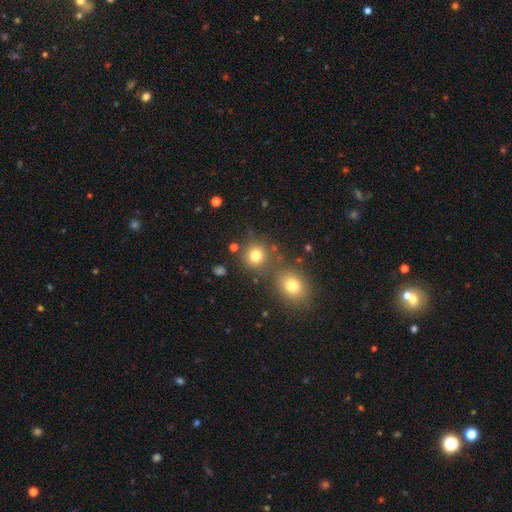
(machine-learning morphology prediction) The model was most divided on "merging": none: 70%, merger: 18%, minor disturbance: 8%, major disturbance: 4%. More confident: how rounded — round (88%); smooth or featured — smooth (78%).